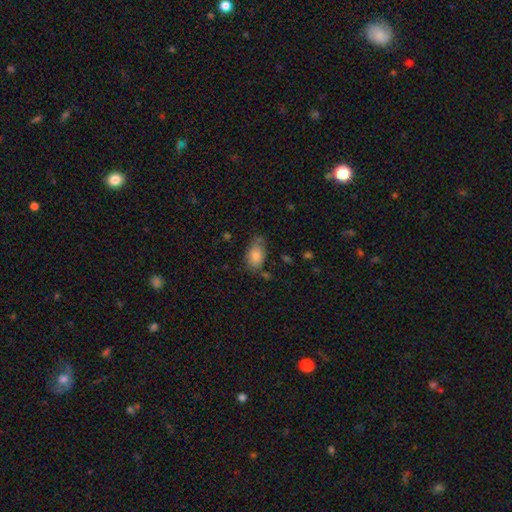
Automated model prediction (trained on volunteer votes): The model was most divided on "merging": none: 59%, minor disturbance: 28%, major disturbance: 7%, merger: 6%. More confident: how rounded — in between (87%); smooth or featured — smooth (82%).